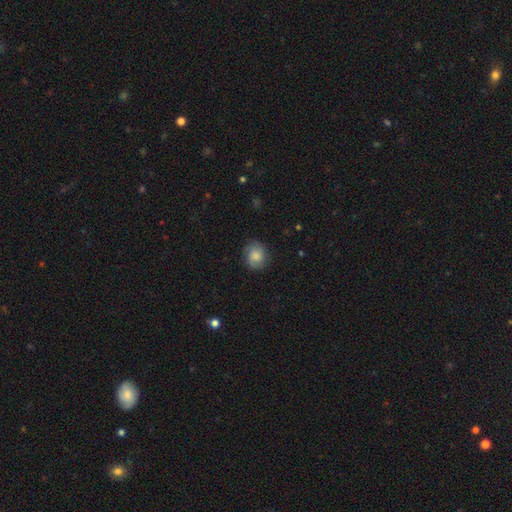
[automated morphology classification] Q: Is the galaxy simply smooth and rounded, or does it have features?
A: smooth — 71%.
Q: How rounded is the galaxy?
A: round — 76%.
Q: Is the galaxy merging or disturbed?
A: none — 80%.